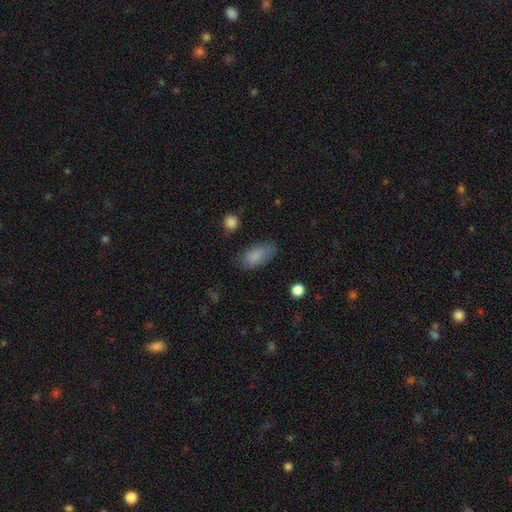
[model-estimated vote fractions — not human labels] Smooth or featured? Predicted: smooth (p=0.83). How rounded? Predicted: in between (p=0.90). Merging? Predicted: none (p=0.66).